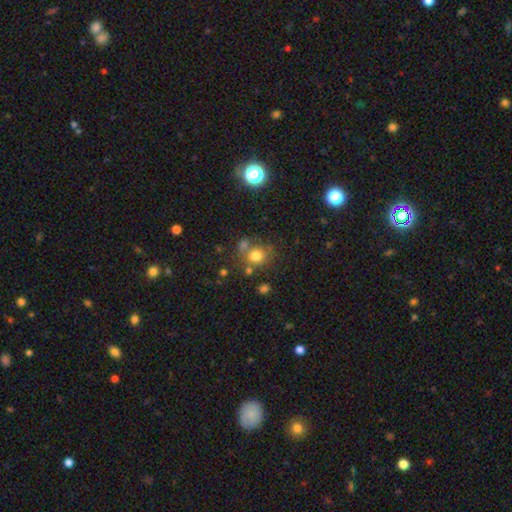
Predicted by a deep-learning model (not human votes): Smooth or featured? smooth (75%)
How rounded? round (82%)
Merging? none (60%)